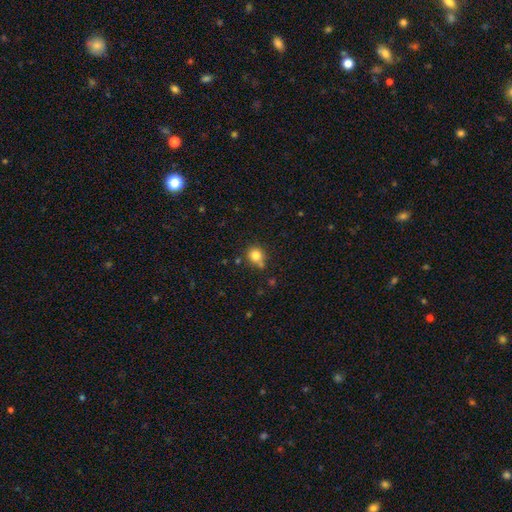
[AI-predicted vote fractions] Morphology: type=smooth (82%); roundness=round (82%); merging=none (67%).